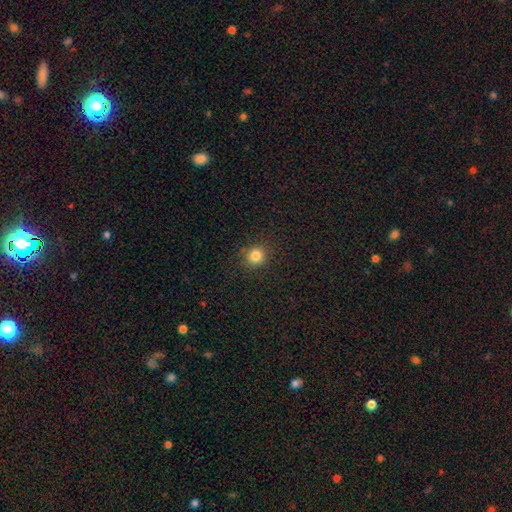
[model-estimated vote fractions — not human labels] Overall: smooth (82%). How rounded: round (88%). Merging: none (88%).